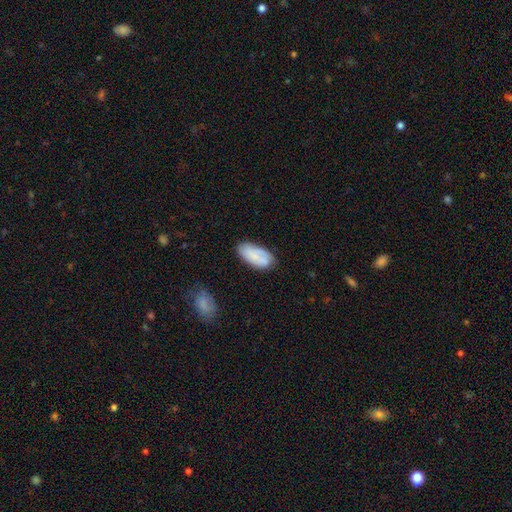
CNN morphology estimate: Overall: smooth (71%). How rounded: in between (92%). Merging: none (66%).